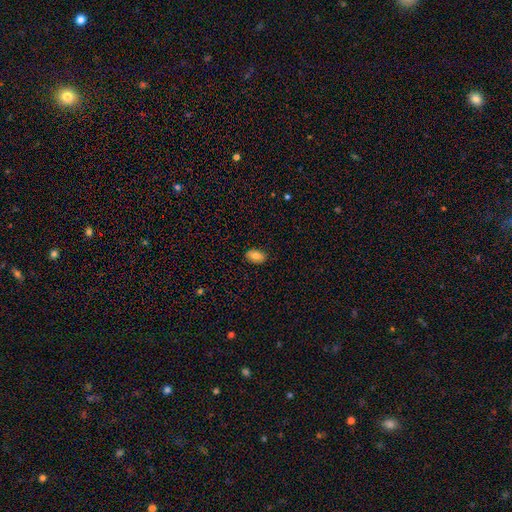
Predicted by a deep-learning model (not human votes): Smooth or featured? smooth (78%)
How rounded? in between (90%)
Merging? none (87%)